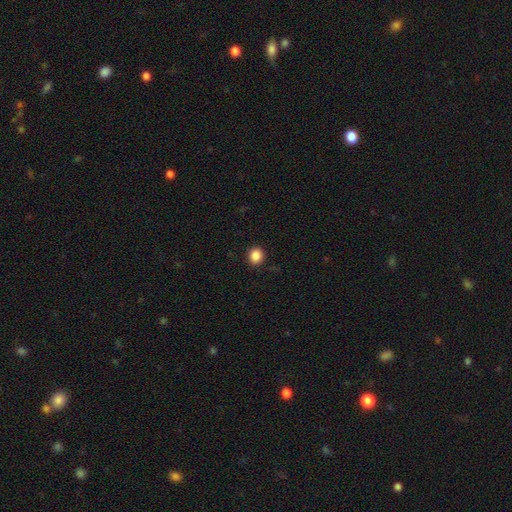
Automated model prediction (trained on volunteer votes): Smooth or featured: smooth — 87% (star or artifact — 10%)
How rounded: round — 84% (in between — 15%)
Merging: none — 92% (minor disturbance — 5%)